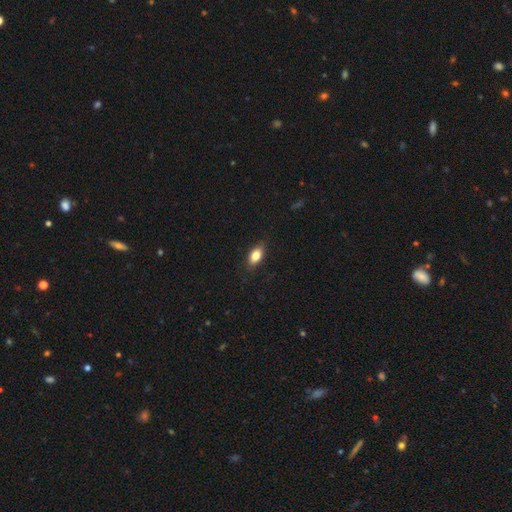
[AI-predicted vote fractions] A smooth galaxy with no disk features (80%) that is in between round and cigar-shaped (86%).

Vote fractions:
- Smooth or featured? smooth: 80% / featured or disk: 12% / star or artifact: 8%
- How rounded? in between: 86% / cigar-shaped: 8% / round: 6%
- Merging? none: 83% / minor disturbance: 13% / major disturbance: 3% / merger: 1%